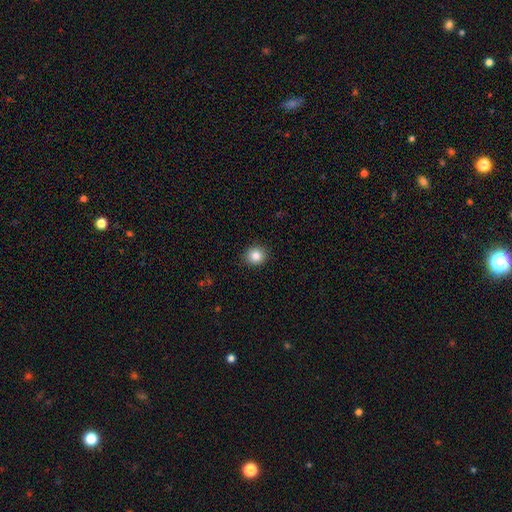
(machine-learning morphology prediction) This appears to be a smooth galaxy with no disk features (84%) that is round (86%). Merging: none (90%).